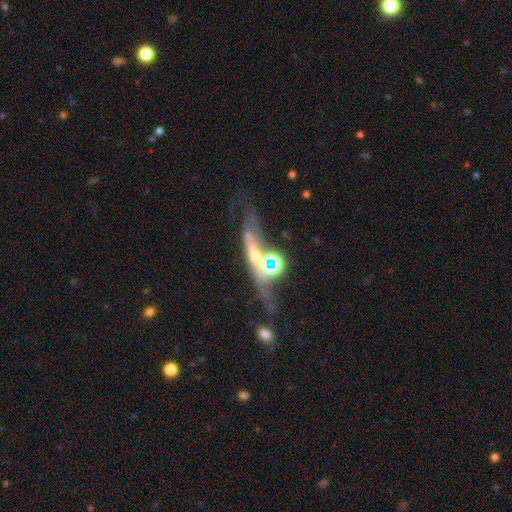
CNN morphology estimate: type=featured or disk (60%); edge-on=no (50%, tied with yes); merging=merger (37%).